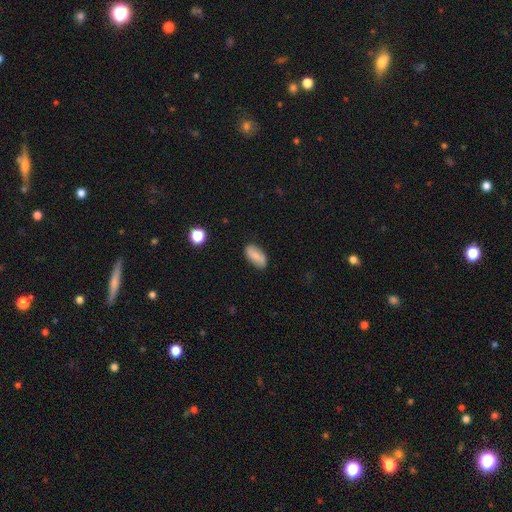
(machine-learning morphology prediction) This is likely a smooth galaxy (79%). How rounded: clearly in between (89%). Merging: clearly none (83%).